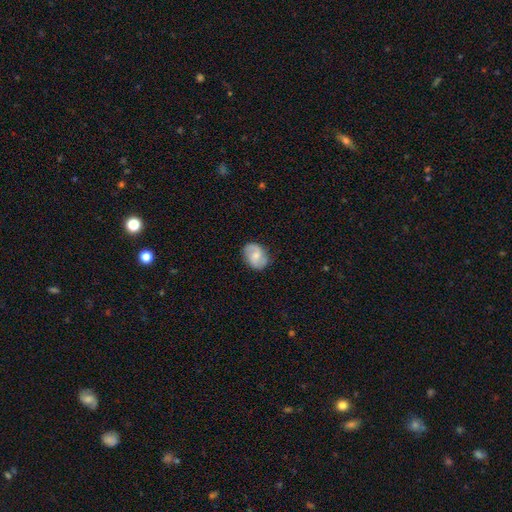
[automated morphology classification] This appears to be a featured or disk galaxy (49%). Merging: none (79%).